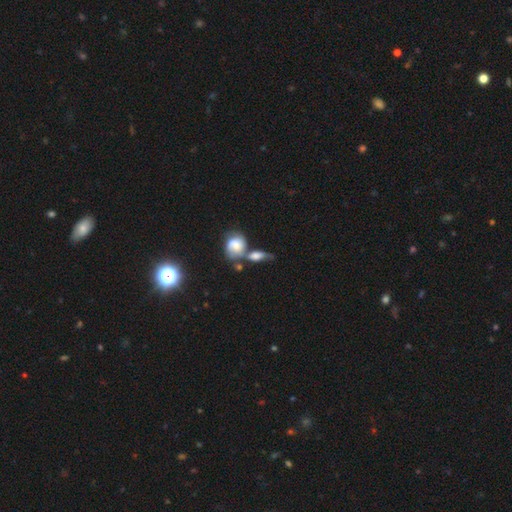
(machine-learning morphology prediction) Q: Smooth or featured?
A: smooth (50%); runner-up: featured or disk (40%)
Q: How rounded?
A: in between (66%); runner-up: round (22%)
Q: Merging?
A: merger (44%); runner-up: none (30%)